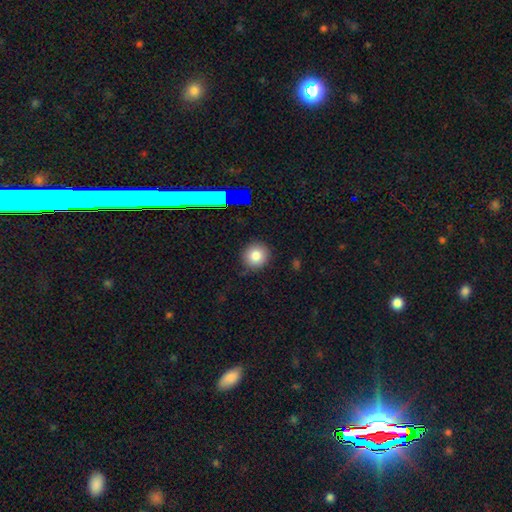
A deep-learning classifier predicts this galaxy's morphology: type=smooth (80%); roundness=round (92%); merging=none (87%).